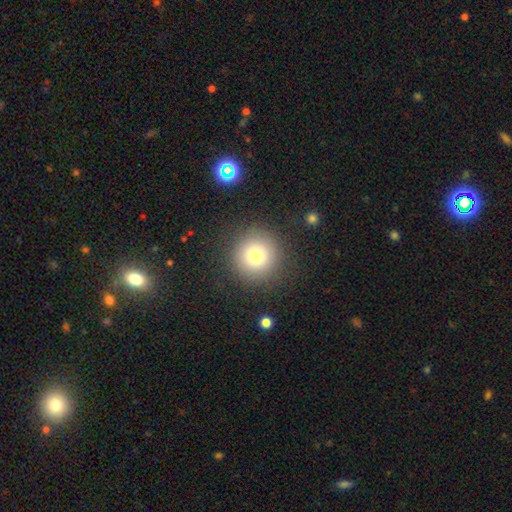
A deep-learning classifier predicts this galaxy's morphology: Smooth or featured: smooth — 77% (star or artifact — 13%)
How rounded: round — 95% (in between — 4%)
Merging: none — 88% (minor disturbance — 7%)